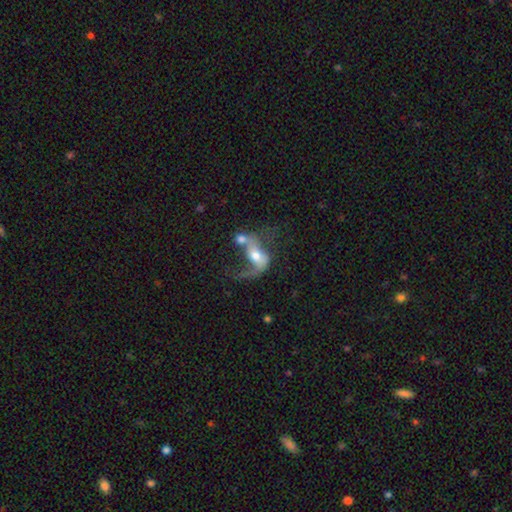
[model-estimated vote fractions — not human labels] featured or disk 55%, smooth 37%, star or artifact 9%. Down the decision tree: edge-on disk — no (92%); bar — no (61%); spiral arms — yes (60%); bulge size — moderate (59%); merging — merger (53%).